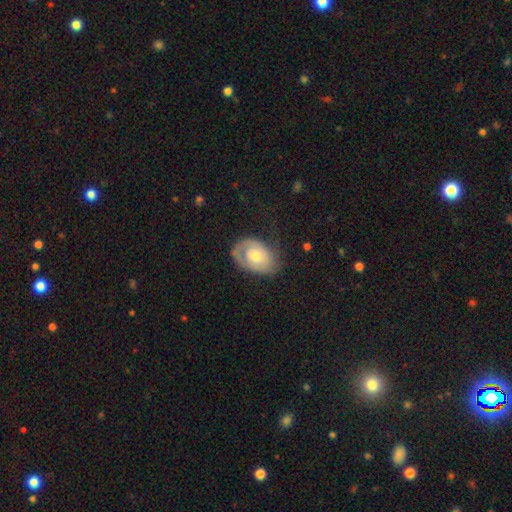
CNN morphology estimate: Q: Smooth or featured?
A: featured or disk (58%); runner-up: smooth (36%)
Q: Edge-on disk?
A: no (95%); runner-up: yes (5%)
Q: Bar?
A: no (81%); runner-up: weak (17%)
Q: Spiral arms?
A: yes (72%); runner-up: no (28%)
Q: Bulge size?
A: moderate (55%); runner-up: small (35%)
Q: Merging?
A: none (58%); runner-up: minor disturbance (25%)